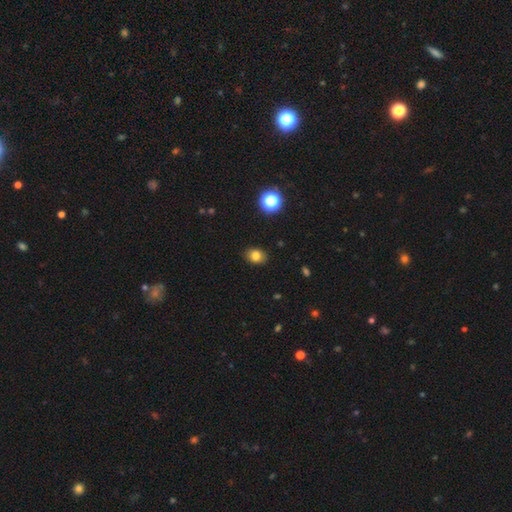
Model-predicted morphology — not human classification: A smooth galaxy with no disk features (81%) that is in between round and cigar-shaped (58%).

Vote fractions:
- Smooth or featured? smooth: 81% / star or artifact: 12% / featured or disk: 7%
- How rounded? in between: 58% / round: 41% / cigar-shaped: 1%
- Merging? none: 86% / minor disturbance: 10% / major disturbance: 2% / merger: 1%